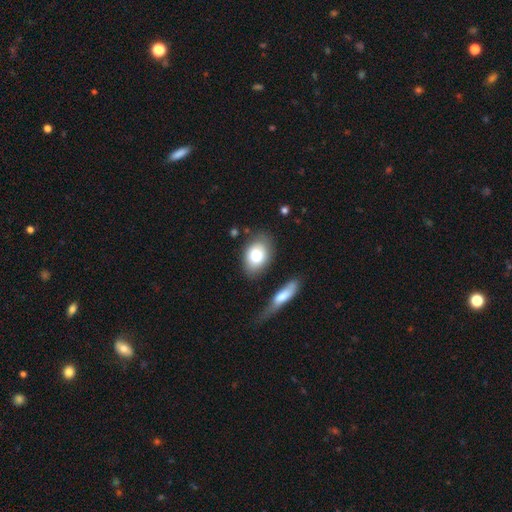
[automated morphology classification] Smooth or featured? Predicted: smooth (p=0.76). How rounded? Predicted: in between (p=0.77). Merging? Predicted: none (p=0.74).